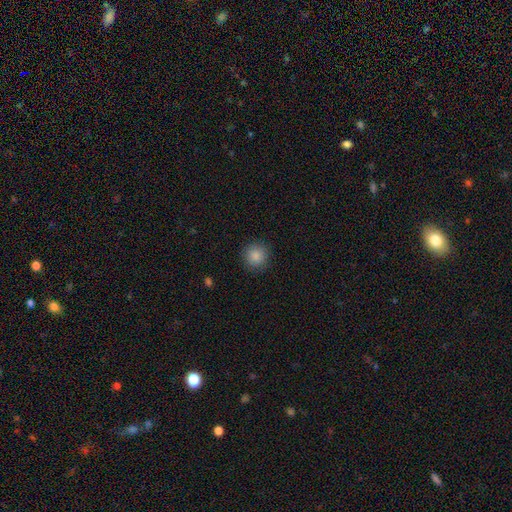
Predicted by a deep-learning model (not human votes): Overall: smooth (87%). How rounded: round (93%). Merging: none (89%).